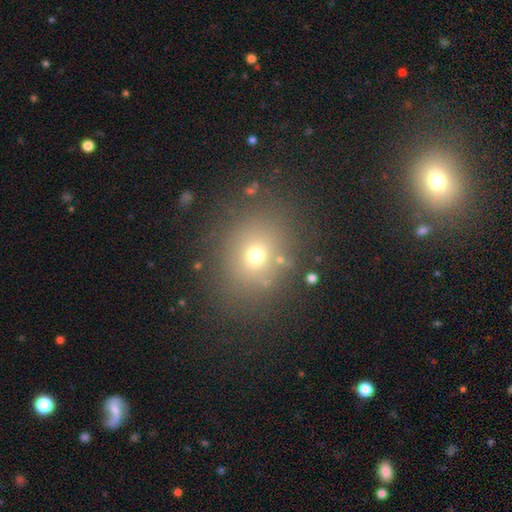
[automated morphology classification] A smooth galaxy with no disk features (65%) that is round (62%). Merging: none (82%).